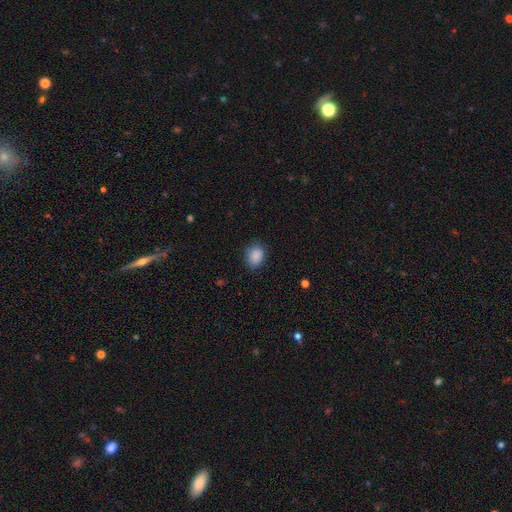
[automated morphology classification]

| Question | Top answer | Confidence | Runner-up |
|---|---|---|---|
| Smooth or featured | smooth | 89% | star or artifact (8%) |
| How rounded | in between | 61% | round (38%) |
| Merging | none | 81% | minor disturbance (15%) |